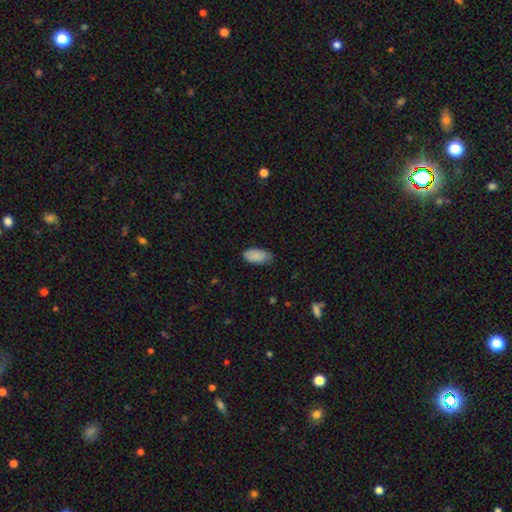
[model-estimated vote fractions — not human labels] Morphology: type=smooth (87%); roundness=in between (94%); merging=none (73%).